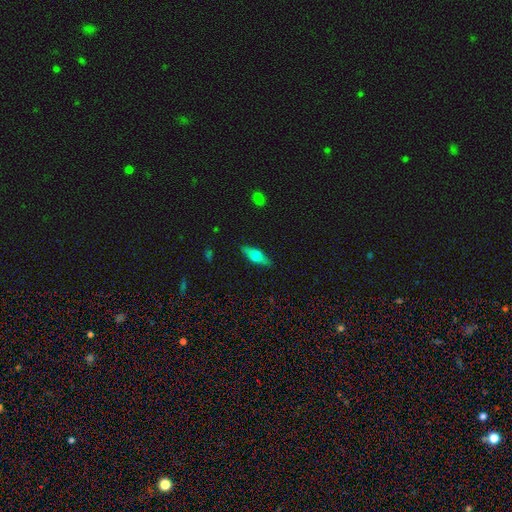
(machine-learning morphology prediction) Q: Smooth or featured?
A: smooth (47%); runner-up: featured or disk (46%)
Q: Merging?
A: none (87%); runner-up: minor disturbance (9%)